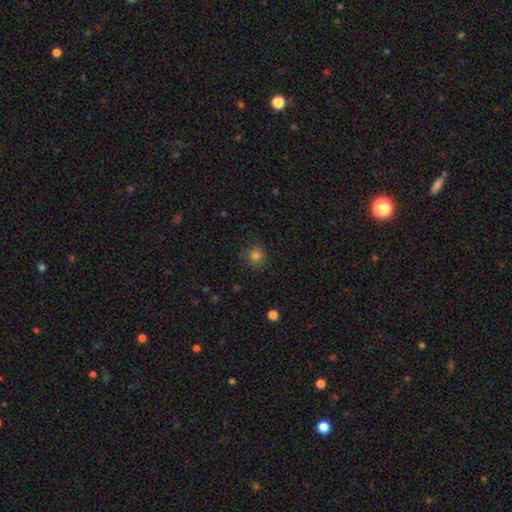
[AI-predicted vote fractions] Smooth or featured?
  - smooth: 81% *
  - star or artifact: 12%
  - featured or disk: 7%
How rounded?
  - round: 85% *
  - in between: 14%
  - cigar-shaped: 1%
Merging?
  - none: 79% *
  - minor disturbance: 15%
  - major disturbance: 5%
  - merger: 1%